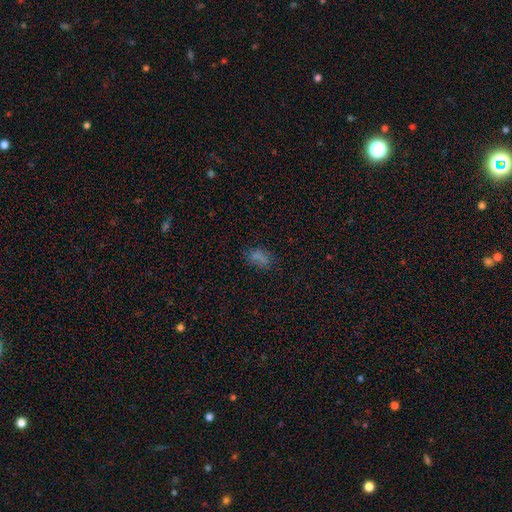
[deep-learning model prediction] A smooth galaxy with no disk features (63%) that is in between round and cigar-shaped (82%). Merging: none (66%).